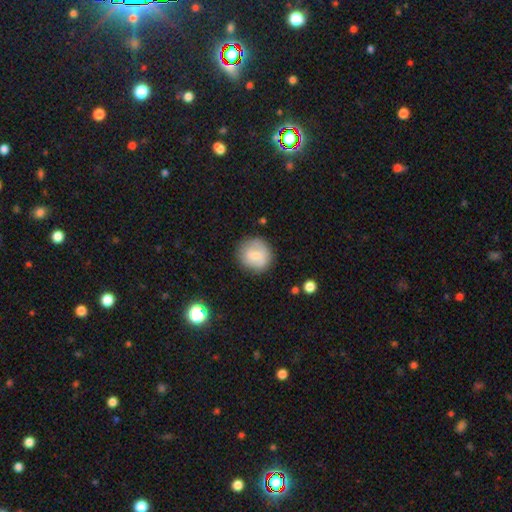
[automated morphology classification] Smooth or featured? smooth (67%)
How rounded? round (89%)
Merging? none (78%)